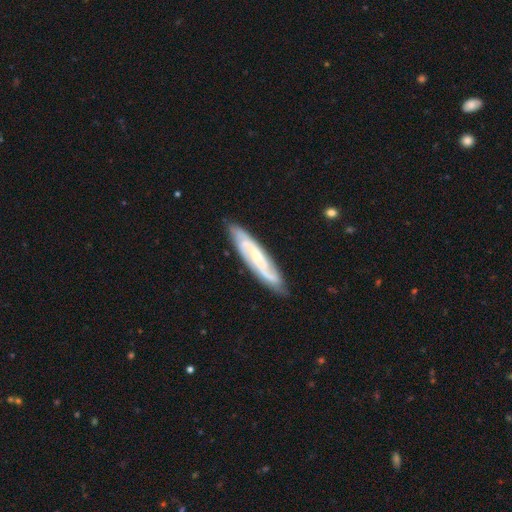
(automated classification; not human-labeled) Smooth or featured: featured or disk — 79% (smooth — 16%)
Edge-on disk: no — 76% (yes — 24%)
Bar: no — 45% (weak — 39%)
Spiral arms: yes — 95% (no — 5%)
Spiral winding: medium — 43% (tight — 41%)
Spiral arm count: 2 — 65% (can't tell — 17%)
Bulge size: small — 58% (moderate — 34%)
Merging: none — 84% (minor disturbance — 12%)